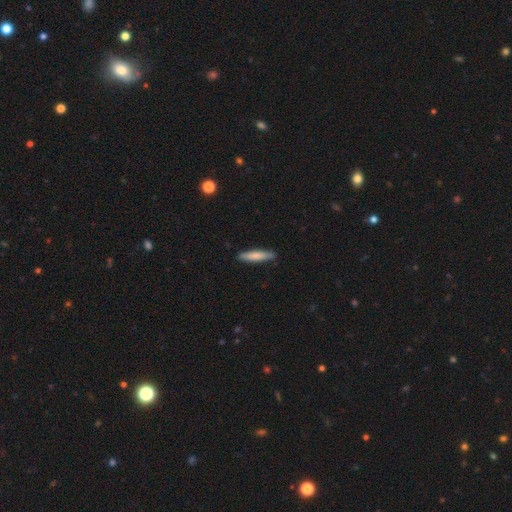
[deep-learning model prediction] Morphology: type=smooth (76%); roundness=cigar-shaped (87%); merging=none (87%).